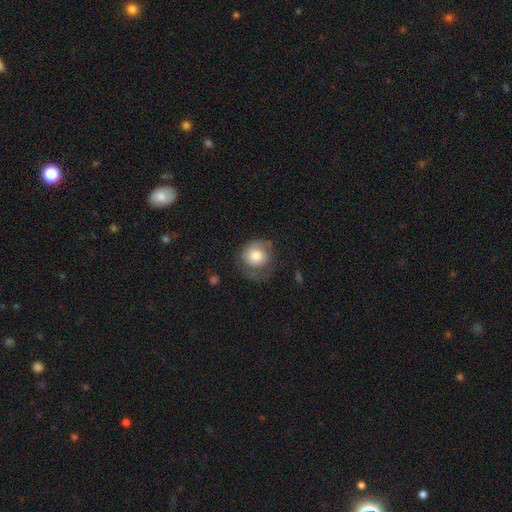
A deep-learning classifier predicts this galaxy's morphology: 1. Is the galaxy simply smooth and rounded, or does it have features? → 60% smooth, 33% featured or disk, 7% star or artifact.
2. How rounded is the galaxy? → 79% round, 20% in between, 1% cigar-shaped.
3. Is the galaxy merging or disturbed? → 45% none, 27% minor disturbance, 26% major disturbance, 2% merger.